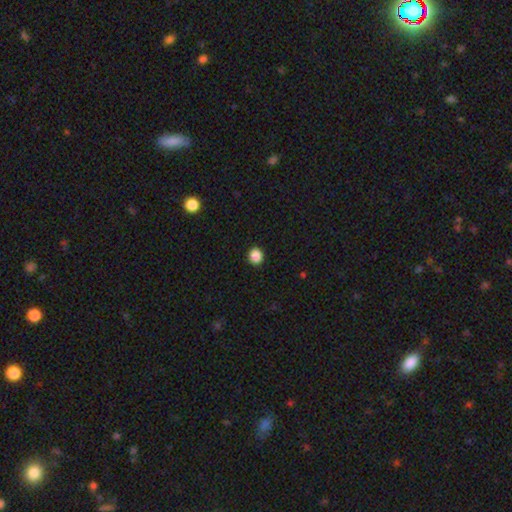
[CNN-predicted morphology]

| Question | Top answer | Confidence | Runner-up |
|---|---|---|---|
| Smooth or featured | smooth | 87% | star or artifact (10%) |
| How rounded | round | 76% | in between (23%) |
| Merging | none | 92% | minor disturbance (5%) |